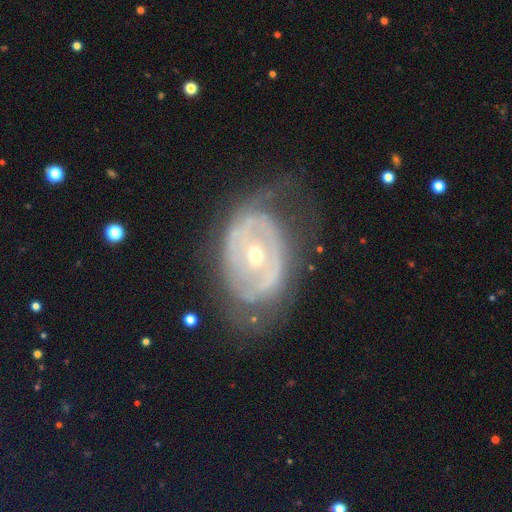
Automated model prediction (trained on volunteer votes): smooth-or-featured: featured or disk: 78% | smooth: 16% | star or artifact: 6%
  disk-edge-on: no: 95% | yes: 5%
    bar: no: 62% | weak: 24% | strong: 15%
    has-spiral-arms: yes: 58% | no: 42%
    bulge-size: small: 63% | moderate: 33% | large: 2% | dominant: 1% | none: 1%
  merging: none: 51% | minor disturbance: 24% | major disturbance: 23% | merger: 2%